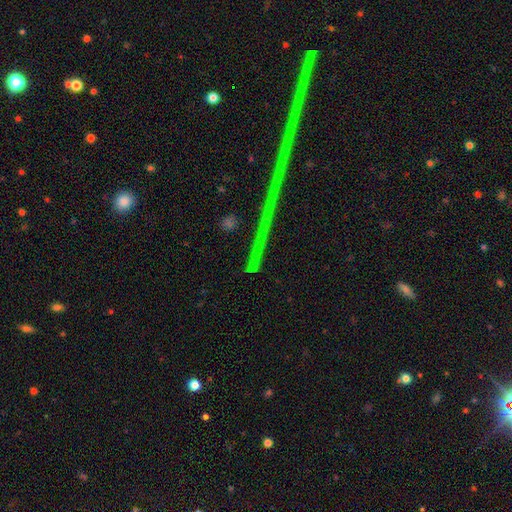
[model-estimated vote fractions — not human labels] smooth-or-featured: star or artifact: 76% | featured or disk: 13% | smooth: 11%